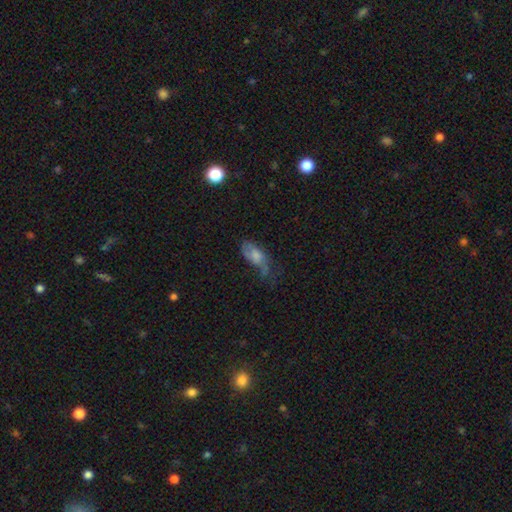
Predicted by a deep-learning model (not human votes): Morphology: type=smooth (60%); roundness=in between (86%); merging=minor disturbance (32%, tied with major disturbance).